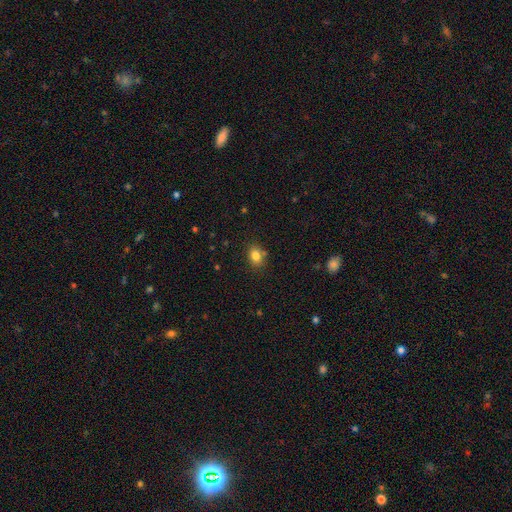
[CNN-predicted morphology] Smooth or featured? smooth (81%)
How rounded? in between (61%)
Merging? none (78%)